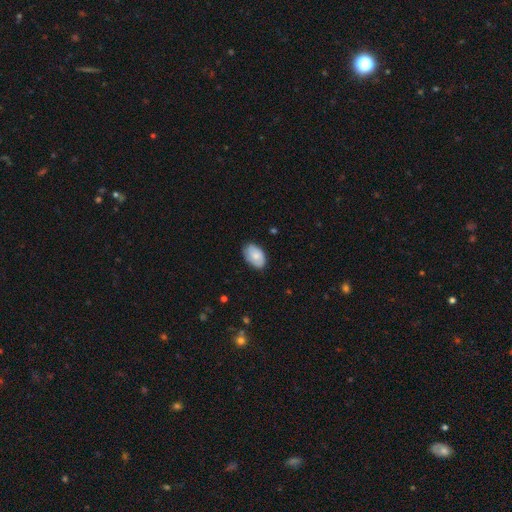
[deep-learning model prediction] Morphology: type=smooth (78%); roundness=in between (91%); merging=none (78%).